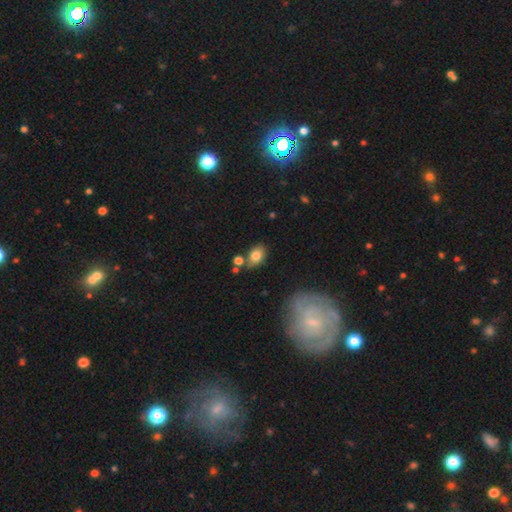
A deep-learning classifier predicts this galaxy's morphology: Overall: smooth (79%). How rounded: in between (76%). Merging: none (66%).